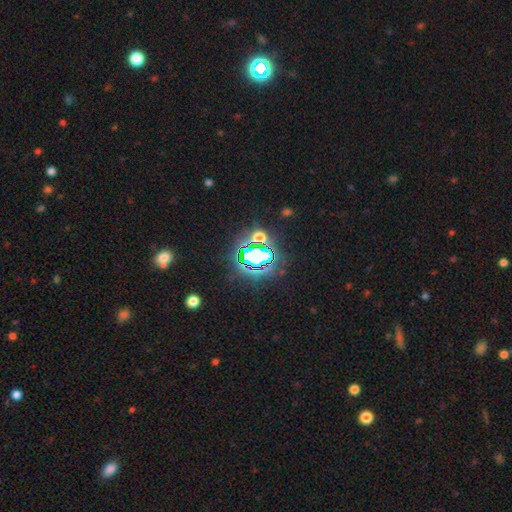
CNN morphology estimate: Overall: star or artifact (73%).